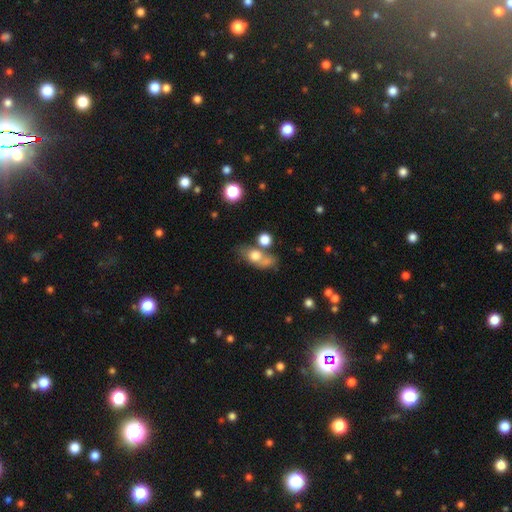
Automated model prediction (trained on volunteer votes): Morphology: type=smooth (67%); roundness=in between (60%); merging=none (46%).